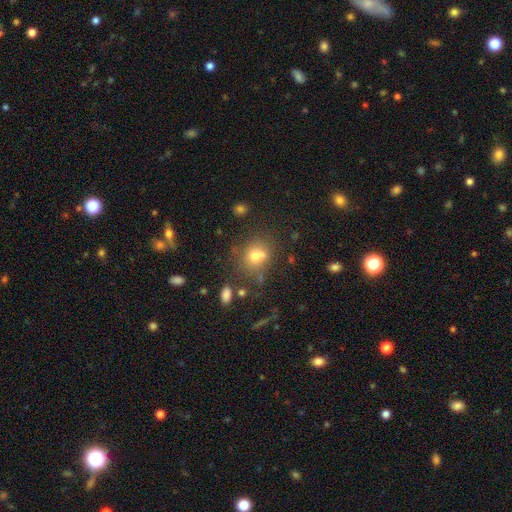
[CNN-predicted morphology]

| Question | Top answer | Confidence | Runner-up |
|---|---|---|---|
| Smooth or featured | smooth | 70% | star or artifact (17%) |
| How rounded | round | 74% | in between (25%) |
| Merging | none | 59% | merger (18%) |